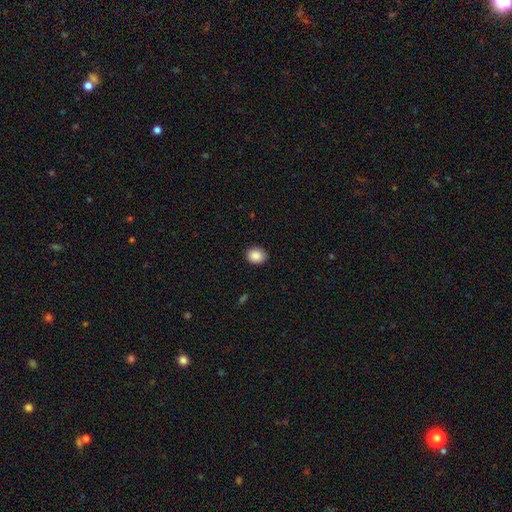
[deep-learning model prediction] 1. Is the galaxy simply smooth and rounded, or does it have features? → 89% smooth, 8% star or artifact, 3% featured or disk.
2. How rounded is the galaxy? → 57% round, 42% in between, 1% cigar-shaped.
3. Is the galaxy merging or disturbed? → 90% none, 7% minor disturbance, 2% major disturbance, 1% merger.